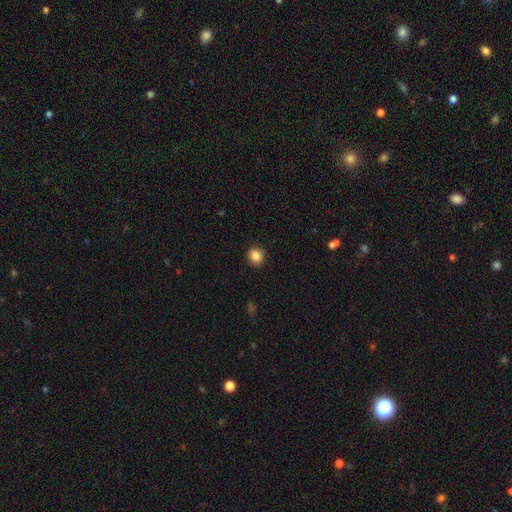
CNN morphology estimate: Overall: smooth (86%). How rounded: round (77%). Merging: none (90%).